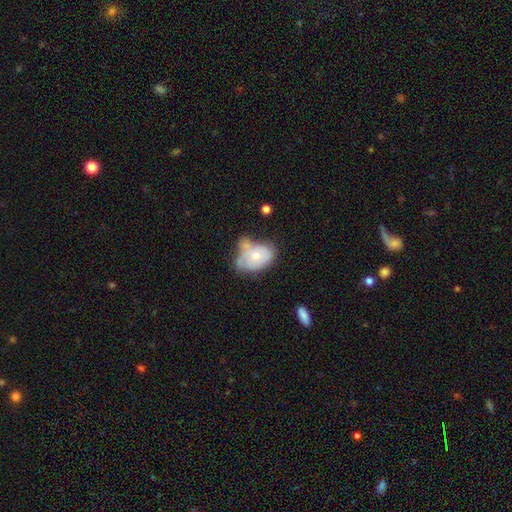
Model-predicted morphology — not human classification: Overall: smooth (58%; featured or disk 35%). How rounded: in between (79%). Merging: merger (32%; minor disturbance 27%).